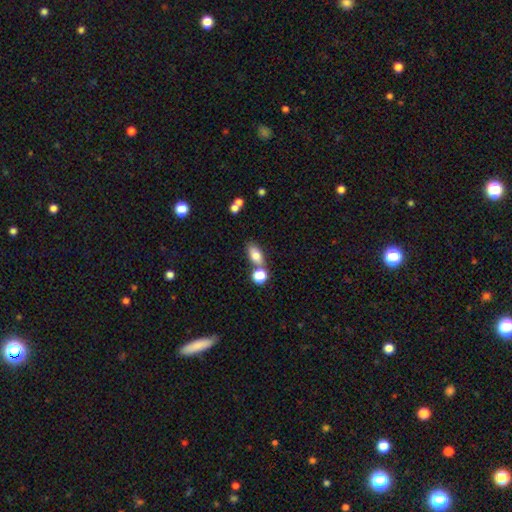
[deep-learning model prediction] Smooth or featured: smooth — 78% (featured or disk — 12%)
How rounded: in between — 81% (round — 12%)
Merging: none — 59% (merger — 26%)